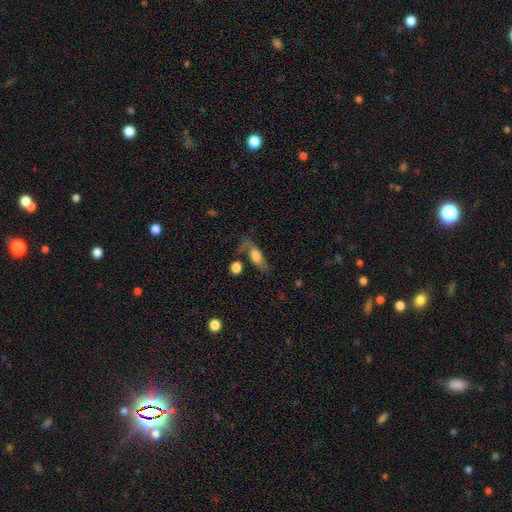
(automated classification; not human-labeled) A smooth galaxy with no disk features (58%) that is in between round and cigar-shaped (70%).

Vote fractions:
- Smooth or featured? smooth: 58% / featured or disk: 34% / star or artifact: 8%
- How rounded? in between: 70% / cigar-shaped: 24% / round: 6%
- Merging? none: 54% / minor disturbance: 22% / major disturbance: 13% / merger: 12%